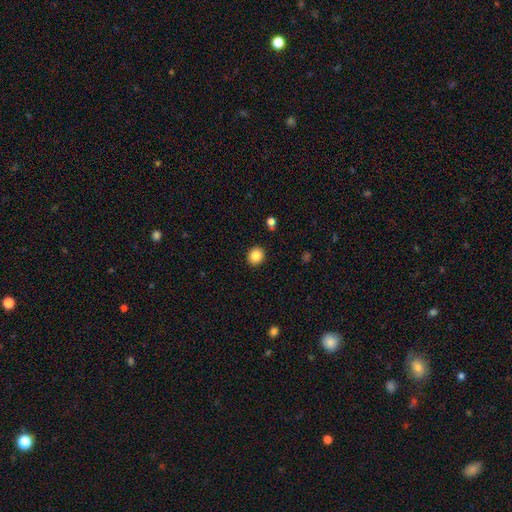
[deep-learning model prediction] A smooth galaxy with no disk features (85%) that is round (80%). Merging: none (91%).